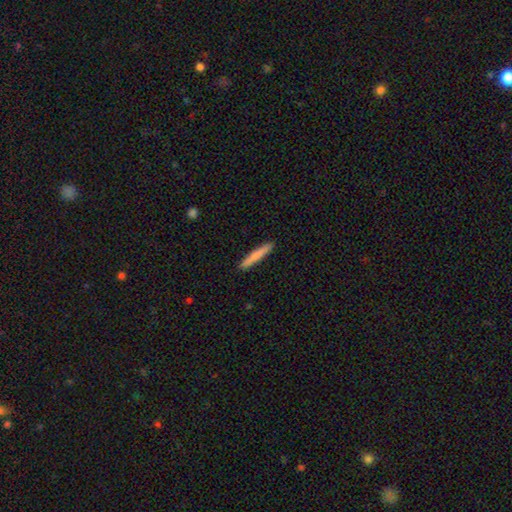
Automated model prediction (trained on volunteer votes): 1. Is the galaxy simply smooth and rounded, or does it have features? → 76% smooth, 19% featured or disk, 5% star or artifact.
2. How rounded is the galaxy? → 95% cigar-shaped, 4% in between, 1% round.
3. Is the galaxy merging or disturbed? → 91% none, 7% minor disturbance, 1% major disturbance, 1% merger.